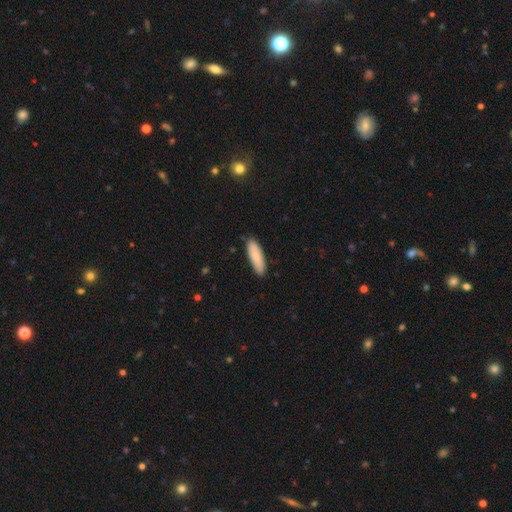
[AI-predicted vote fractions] Morphology: type=smooth (86%); roundness=cigar-shaped (59%); merging=none (86%).